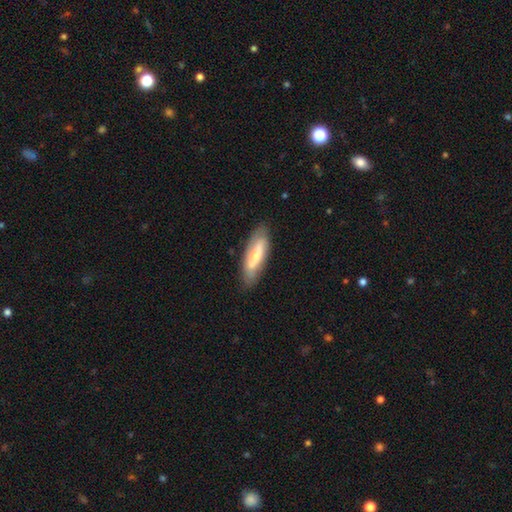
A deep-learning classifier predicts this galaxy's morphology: Q: Smooth or featured?
A: featured or disk (52%); runner-up: smooth (42%)
Q: Edge-on disk?
A: no (66%); runner-up: yes (34%)
Q: Merging?
A: none (79%); runner-up: minor disturbance (15%)